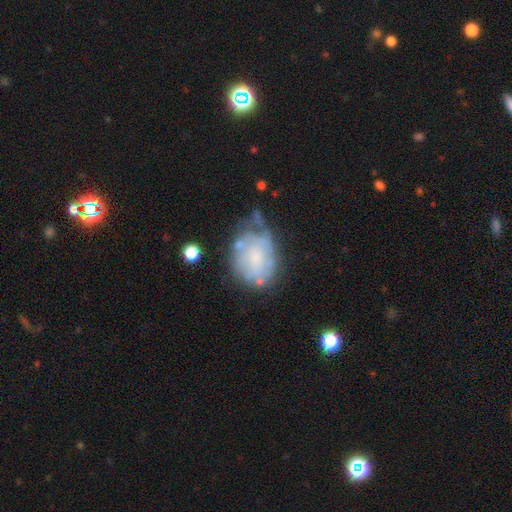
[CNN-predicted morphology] featured or disk 55%, smooth 36%, star or artifact 9%. Down the decision tree: edge-on disk — no (97%); bar — no (82%); spiral arms — no (54%); bulge size — small (44%); merging — none (38%).